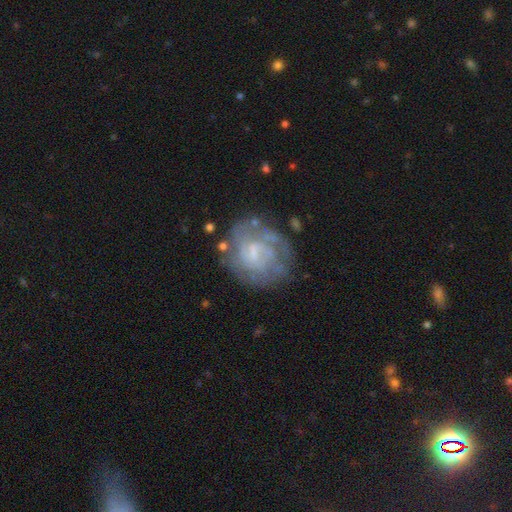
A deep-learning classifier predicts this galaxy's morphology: featured or disk 68%, smooth 21%, star or artifact 11%. Down the decision tree: edge-on disk — no (97%); bar — no (62%); spiral arms — yes (68%); bulge size — small (48%); merging — none (69%).